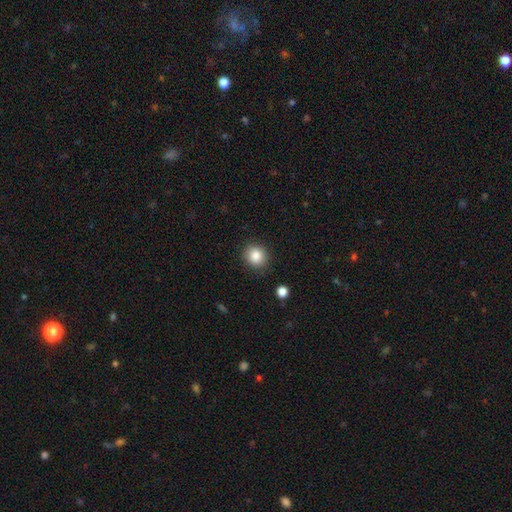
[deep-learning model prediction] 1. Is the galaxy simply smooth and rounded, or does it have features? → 85% smooth, 10% star or artifact, 5% featured or disk.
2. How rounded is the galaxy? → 84% round, 15% in between, 1% cigar-shaped.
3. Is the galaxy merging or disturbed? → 88% none, 8% minor disturbance, 2% major disturbance, 1% merger.